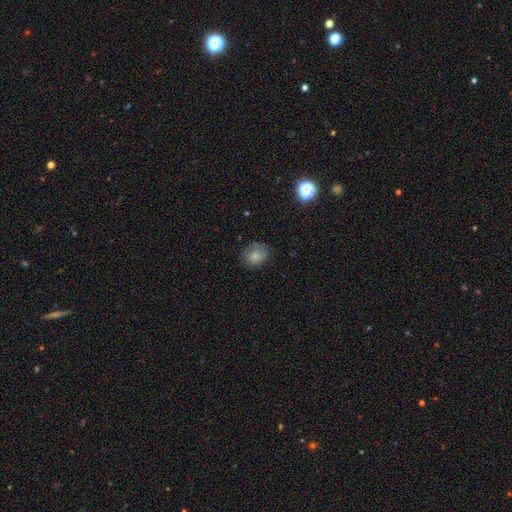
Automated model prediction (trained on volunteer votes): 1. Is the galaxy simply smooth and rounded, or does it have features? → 78% smooth, 12% featured or disk, 10% star or artifact.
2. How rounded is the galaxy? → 57% round, 42% in between, 1% cigar-shaped.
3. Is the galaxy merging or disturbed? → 68% none, 23% minor disturbance, 7% major disturbance, 1% merger.